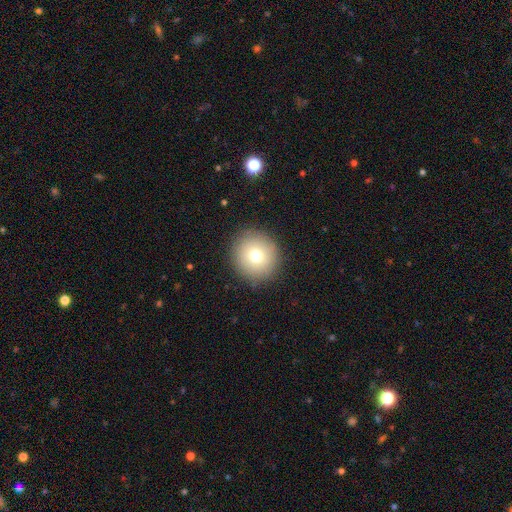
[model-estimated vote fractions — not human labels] Smooth or featured? Predicted: smooth (p=0.74). How rounded? Predicted: round (p=0.94). Merging? Predicted: none (p=0.90).